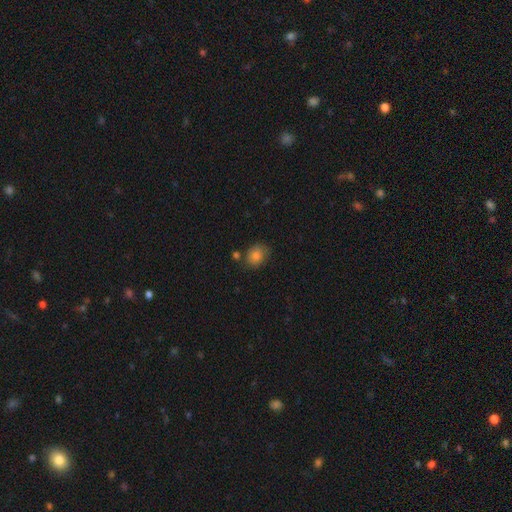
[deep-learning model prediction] Q: Smooth or featured?
A: smooth (81%); runner-up: star or artifact (10%)
Q: How rounded?
A: round (52%); runner-up: in between (47%)
Q: Merging?
A: none (71%); runner-up: minor disturbance (17%)